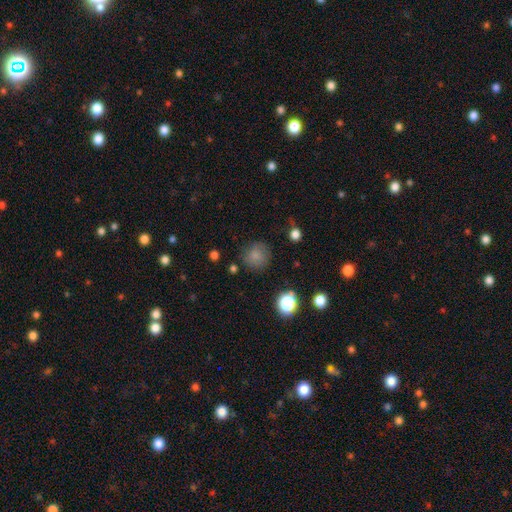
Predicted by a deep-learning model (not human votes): smooth-or-featured: smooth: 79% | star or artifact: 14% | featured or disk: 7%
  how-rounded: round: 89% | in between: 10% | cigar-shaped: 1%
  merging: none: 79% | minor disturbance: 14% | major disturbance: 5% | merger: 2%